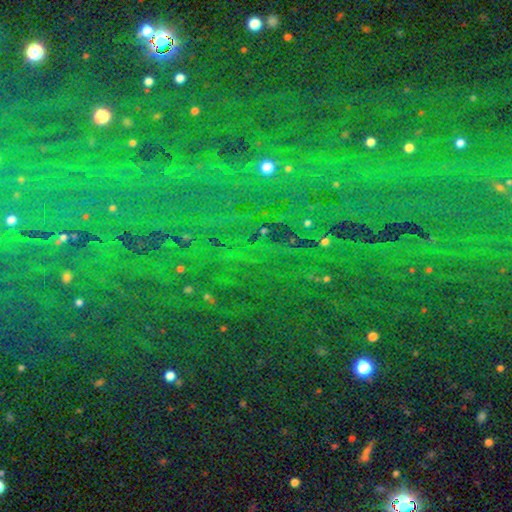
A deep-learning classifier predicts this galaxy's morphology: This appears to be a star or artifact, not a galaxy (85%).